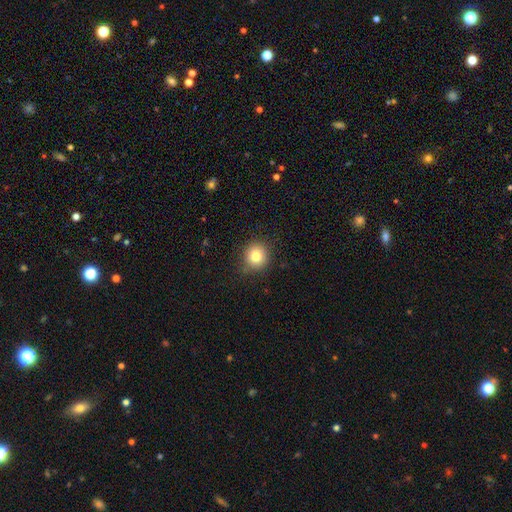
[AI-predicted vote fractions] Q: Smooth or featured?
A: smooth (80%); runner-up: star or artifact (11%)
Q: How rounded?
A: round (89%); runner-up: in between (10%)
Q: Merging?
A: none (85%); runner-up: minor disturbance (11%)